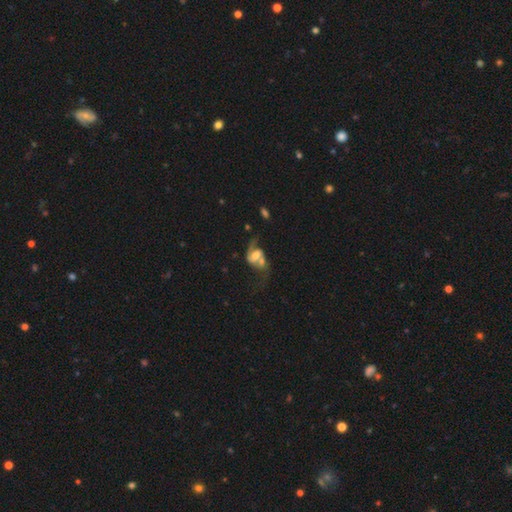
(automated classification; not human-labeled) Overall: featured or disk (73%). Edge-on disk: no (97%). Bar: no (41%; weak 39%). Spiral arms: yes (87%). Spiral arm count: 2 (78%). Spiral winding: loose (63%; medium 29%). Bulge size: moderate (52%; large 21%). Merging: merger (44%; none 24%).